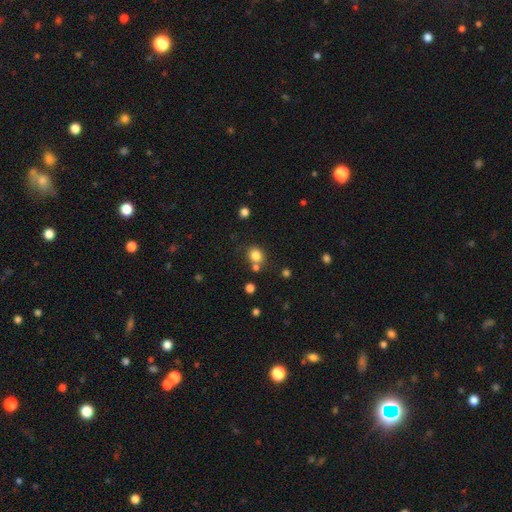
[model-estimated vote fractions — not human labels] Morphology: type=smooth (81%); roundness=round (75%); merging=none (66%).